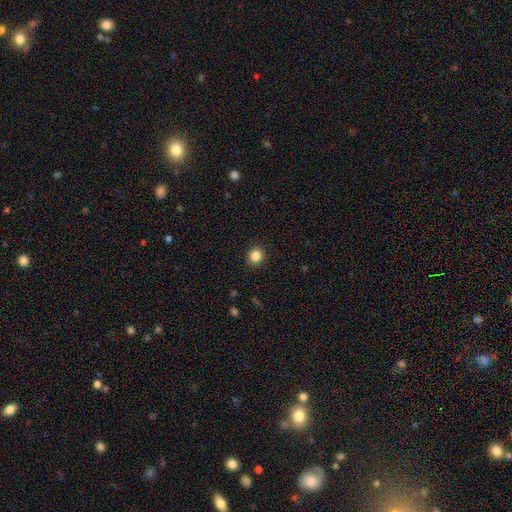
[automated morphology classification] A smooth galaxy with no disk features (85%) that is round (86%).

Vote fractions:
- Smooth or featured? smooth: 85% / star or artifact: 11% / featured or disk: 4%
- How rounded? round: 86% / in between: 13% / cigar-shaped: 1%
- Merging? none: 91% / minor disturbance: 6% / major disturbance: 2% / merger: 1%